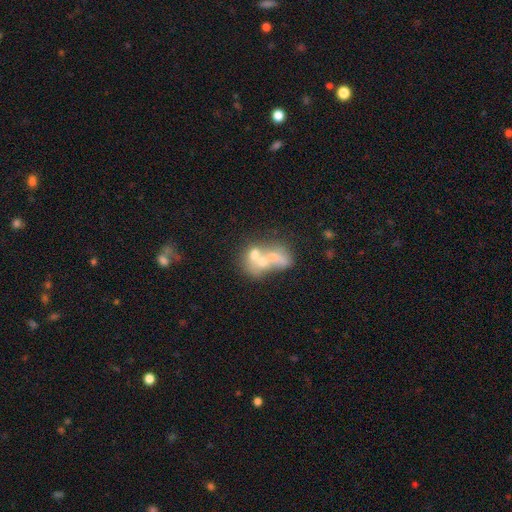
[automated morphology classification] A featured or disk galaxy (44%). Merging: merger (64%).